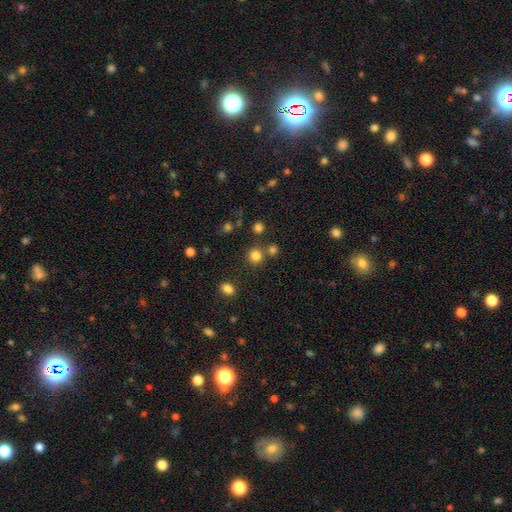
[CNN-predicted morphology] Smooth or featured?
  - smooth: 80% *
  - star or artifact: 15%
  - featured or disk: 5%
How rounded?
  - round: 89% *
  - in between: 10%
  - cigar-shaped: 1%
Merging?
  - none: 75% *
  - merger: 14%
  - minor disturbance: 8%
  - major disturbance: 3%